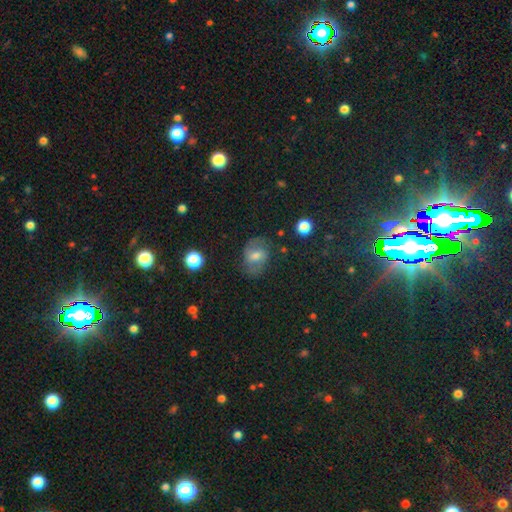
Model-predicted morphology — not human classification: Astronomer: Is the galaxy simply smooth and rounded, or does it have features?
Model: featured or disk — 50% (runner-up: smooth, 39%).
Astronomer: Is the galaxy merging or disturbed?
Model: none — 71%.